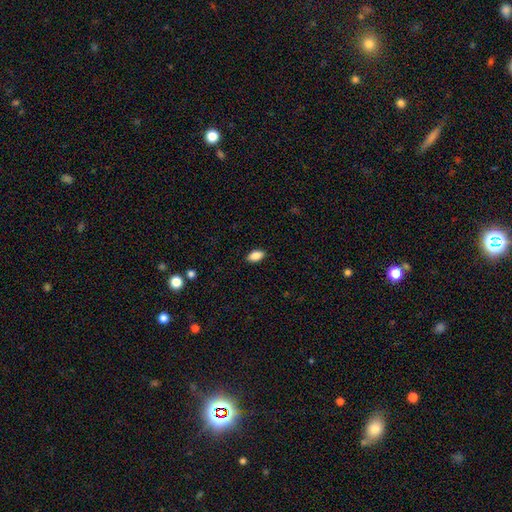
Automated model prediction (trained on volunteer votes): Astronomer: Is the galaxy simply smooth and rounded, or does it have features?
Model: smooth — 87%.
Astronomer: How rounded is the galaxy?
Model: in between — 92%.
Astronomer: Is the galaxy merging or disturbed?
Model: none — 89%.